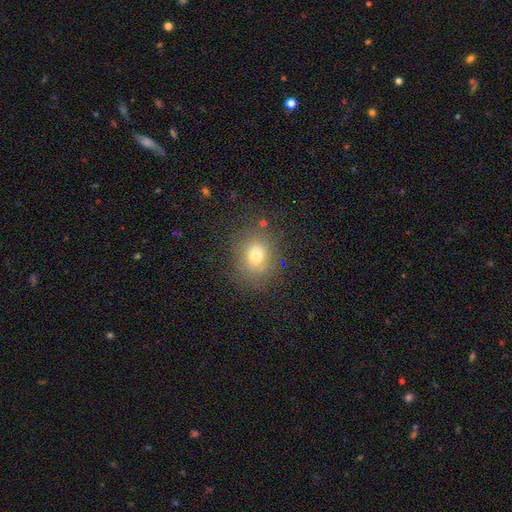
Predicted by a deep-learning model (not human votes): This is likely a smooth galaxy (73%). How rounded: likely round (69%). Merging: likely none (80%).